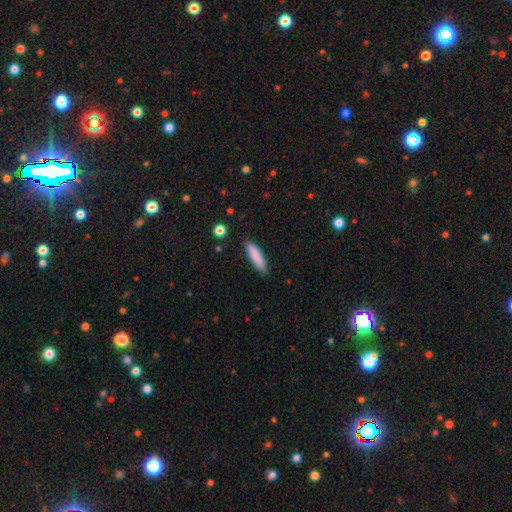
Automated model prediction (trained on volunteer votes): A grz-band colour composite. It shows a smooth galaxy with no disk features (85%) that is cigar-shaped (76%). Merging: none (87%).